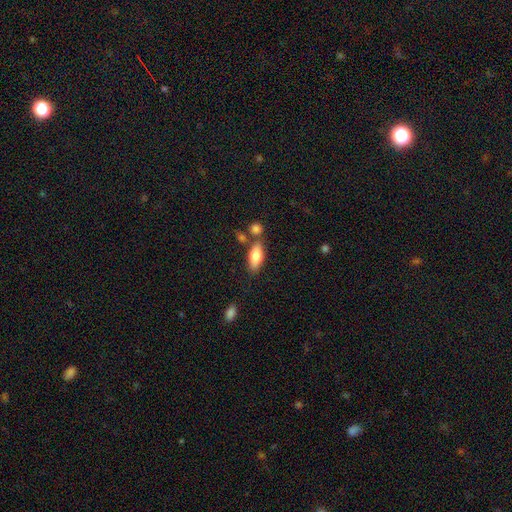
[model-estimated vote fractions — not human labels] Q: Smooth or featured?
A: smooth (79%); runner-up: featured or disk (15%)
Q: How rounded?
A: in between (81%); runner-up: cigar-shaped (16%)
Q: Merging?
A: none (66%); runner-up: merger (16%)